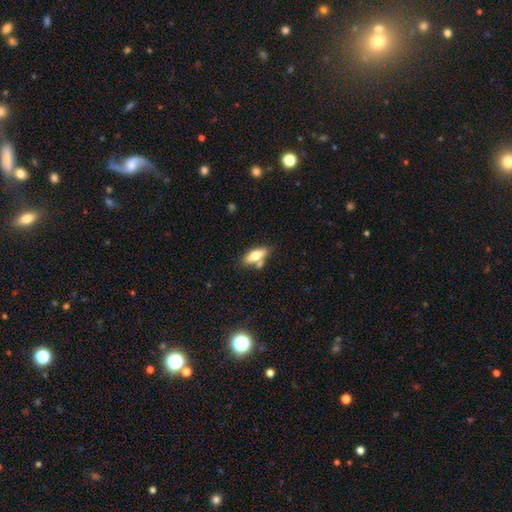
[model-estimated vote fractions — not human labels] Overall: smooth (62%; featured or disk 32%). How rounded: in between (64%; cigar-shaped 33%). Merging: none (65%).